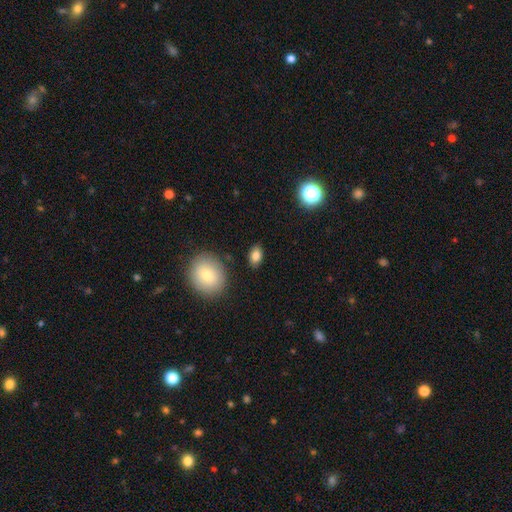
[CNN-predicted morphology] Smooth or featured?
  - smooth: 81% *
  - star or artifact: 10%
  - featured or disk: 10%
How rounded?
  - in between: 83% *
  - round: 15%
  - cigar-shaped: 2%
Merging?
  - none: 85% *
  - minor disturbance: 10%
  - major disturbance: 3%
  - merger: 2%